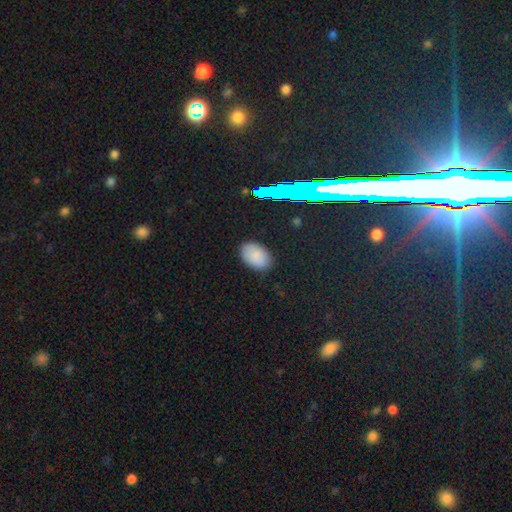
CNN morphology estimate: Q: Smooth or featured?
A: smooth (84%); runner-up: star or artifact (10%)
Q: How rounded?
A: in between (90%); runner-up: round (9%)
Q: Merging?
A: none (86%); runner-up: minor disturbance (10%)